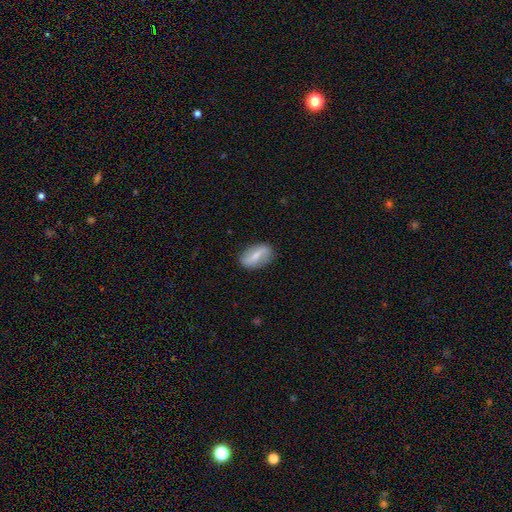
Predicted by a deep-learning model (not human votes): Smooth or featured? smooth (49%)
Merging? none (85%)